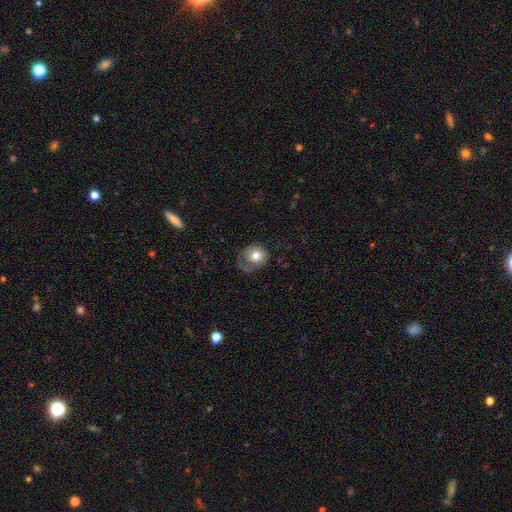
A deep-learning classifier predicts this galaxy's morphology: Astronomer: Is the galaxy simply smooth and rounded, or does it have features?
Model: smooth — 73%.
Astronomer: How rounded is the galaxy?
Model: round — 77%.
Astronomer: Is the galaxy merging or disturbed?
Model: none — 44% (runner-up: minor disturbance, 28%).